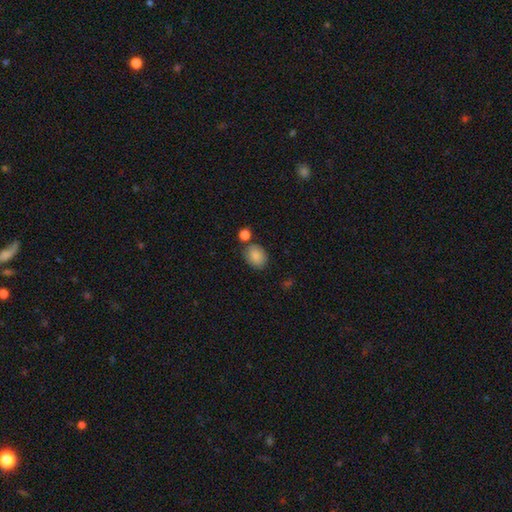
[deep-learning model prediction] smooth 86%, star or artifact 8%, featured or disk 6%. Down the decision tree: how rounded — in between (57%); merging — none (71%).